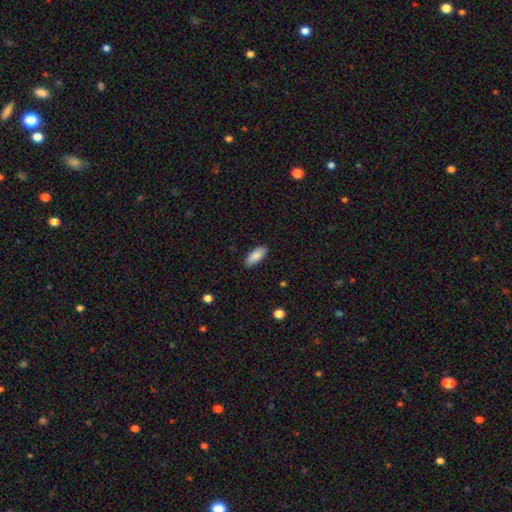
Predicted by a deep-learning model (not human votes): smooth_or_featured: smooth (p=0.87) [alt: featured or disk p=0.07]
how_rounded: in between (p=0.82) [alt: cigar-shaped p=0.17]
merging: none (p=0.86) [alt: minor disturbance p=0.11]